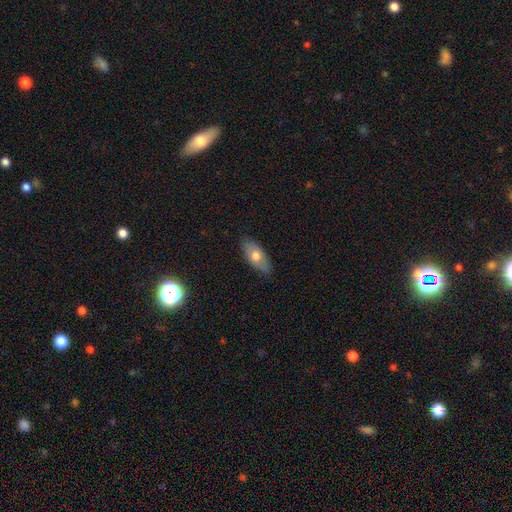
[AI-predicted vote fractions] A smooth galaxy with no disk features (67%) that is in between round and cigar-shaped (87%).

Vote fractions:
- Smooth or featured? smooth: 67% / featured or disk: 27% / star or artifact: 7%
- How rounded? in between: 87% / cigar-shaped: 10% / round: 4%
- Merging? none: 83% / minor disturbance: 14% / major disturbance: 2% / merger: 1%